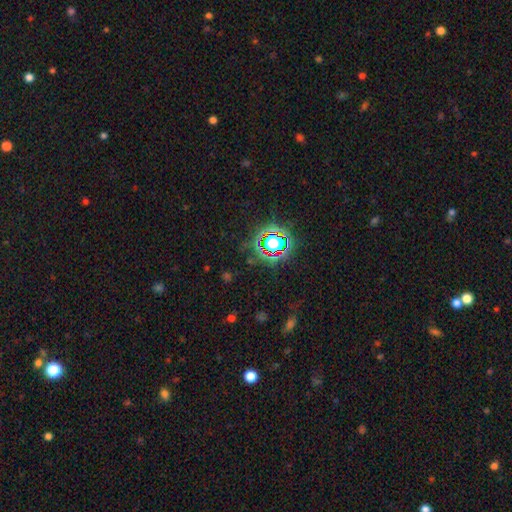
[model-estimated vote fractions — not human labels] Smooth or featured: star or artifact — 77% (smooth — 15%)